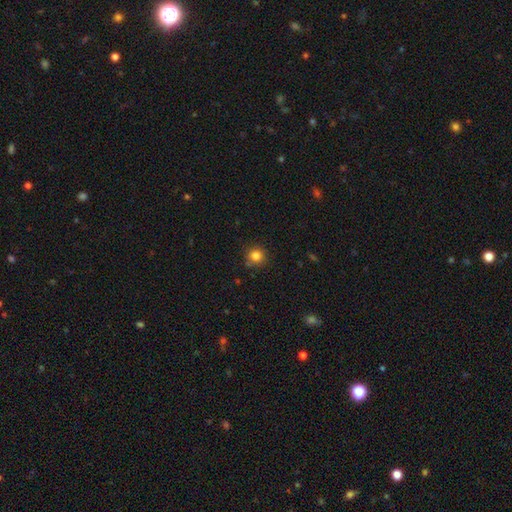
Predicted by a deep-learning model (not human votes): Smooth or featured?
  - smooth: 84% *
  - star or artifact: 12%
  - featured or disk: 4%
How rounded?
  - round: 93% *
  - in between: 6%
  - cigar-shaped: 1%
Merging?
  - none: 83% *
  - minor disturbance: 11%
  - merger: 3%
  - major disturbance: 3%